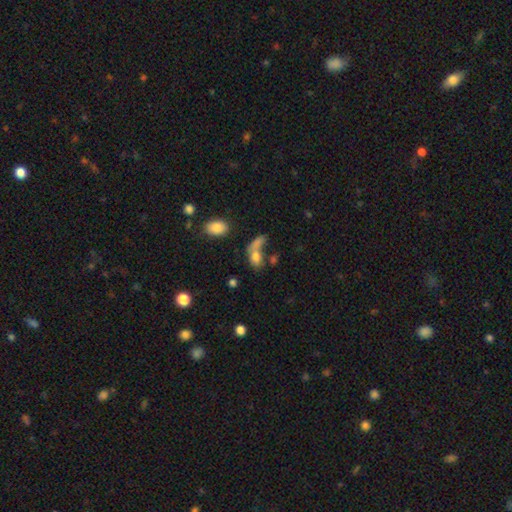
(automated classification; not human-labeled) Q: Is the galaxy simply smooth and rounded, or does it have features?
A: smooth — 75%.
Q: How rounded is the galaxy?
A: in between — 76%.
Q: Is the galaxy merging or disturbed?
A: merger — 42%.